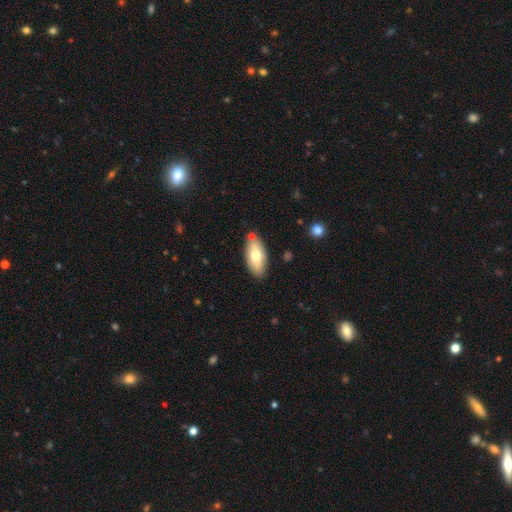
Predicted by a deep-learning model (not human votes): The model was most divided on "smooth or featured": smooth: 69%, featured or disk: 24%, star or artifact: 6%. More confident: how rounded — in between (88%); merging — none (79%).